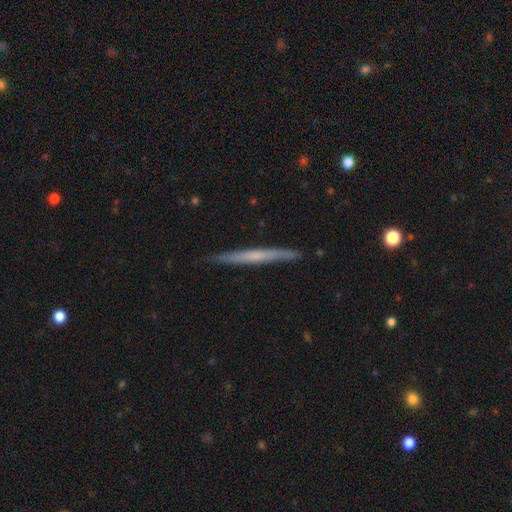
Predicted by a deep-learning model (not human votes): The model was most divided on "smooth or featured": featured or disk: 52%, smooth: 42%, star or artifact: 6%. More confident: edge-on disk — yes (97%); merging — none (89%); edge-on bulge — none (72%).